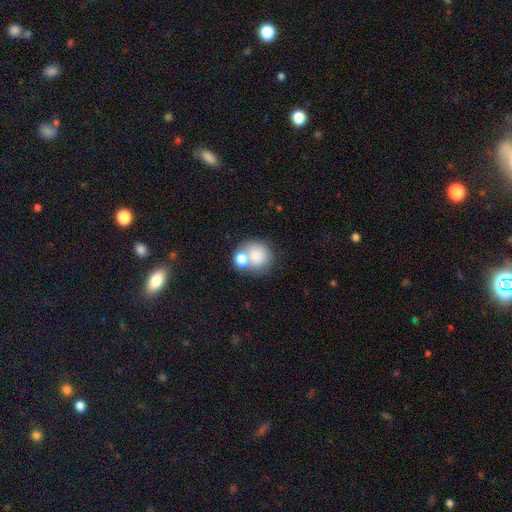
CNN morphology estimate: The model was most divided on "merging": merger: 46%, none: 39%, minor disturbance: 10%, major disturbance: 5%. More confident: smooth or featured — smooth (77%); how rounded — round (77%).